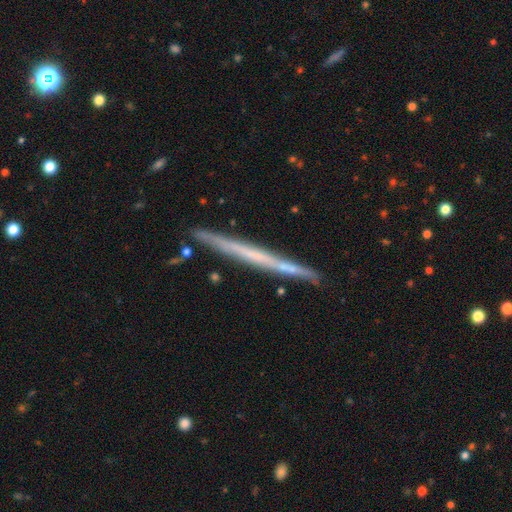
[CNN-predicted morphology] Smooth or featured? Predicted: featured or disk (p=0.57). Edge-on disk? Predicted: yes (p=0.97). Edge-on bulge? Predicted: none (p=0.91). Merging? Predicted: none (p=0.89).